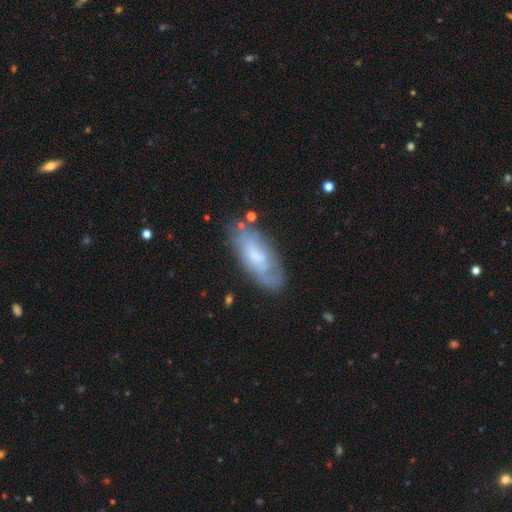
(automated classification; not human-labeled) Morphology: type=smooth (47%); merging=none (67%).